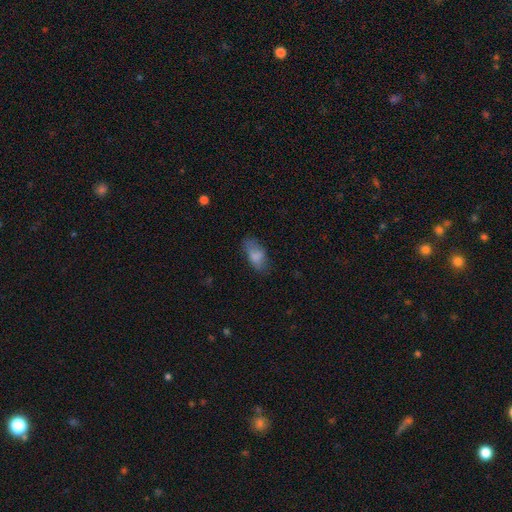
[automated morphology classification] A smooth galaxy with no disk features (78%) that is in between round and cigar-shaped (89%). Merging: none (59%).